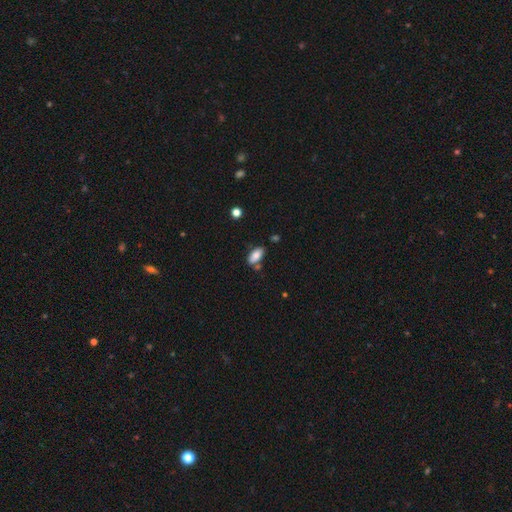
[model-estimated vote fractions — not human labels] A smooth galaxy with no disk features (83%) that is in between round and cigar-shaped (89%). Merging: none (67%).